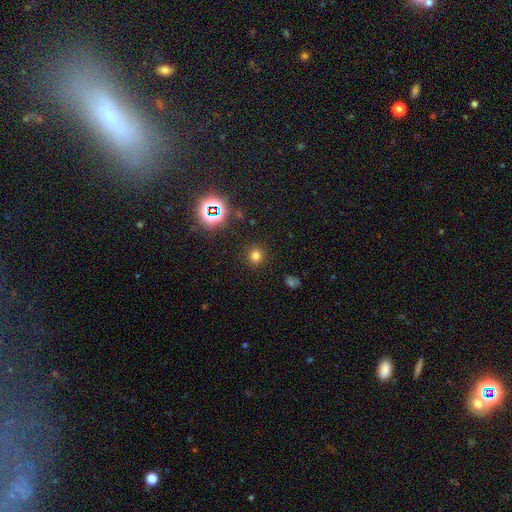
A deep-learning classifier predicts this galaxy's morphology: smooth 72%, star or artifact 22%, featured or disk 6%. Down the decision tree: how rounded — round (93%); merging — none (90%).